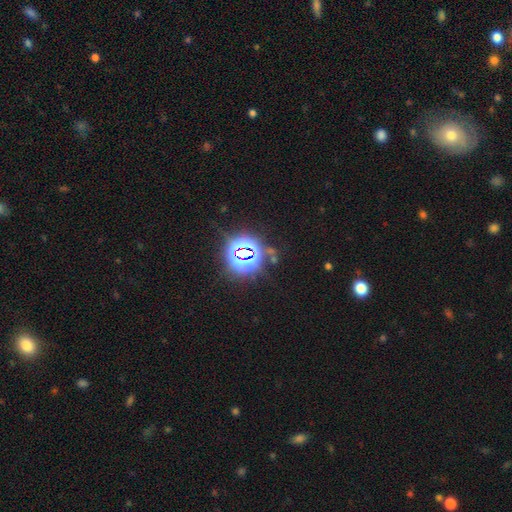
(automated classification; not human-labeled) smooth-or-featured: star or artifact: 81% | smooth: 12% | featured or disk: 7%